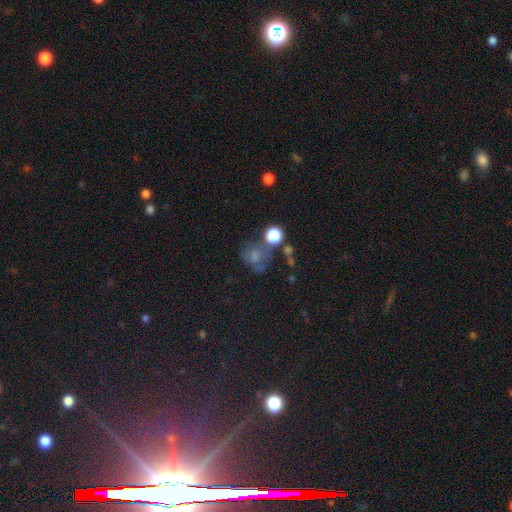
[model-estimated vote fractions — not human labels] This is likely a smooth galaxy (63%). How rounded: likely round (71%). Merging: marginally none (43%).